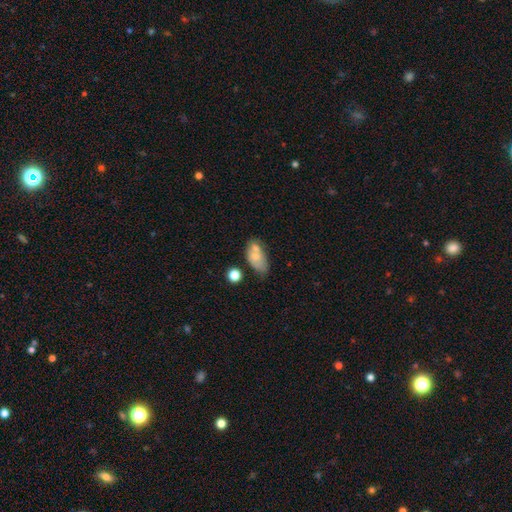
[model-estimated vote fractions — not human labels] Q: Smooth or featured?
A: smooth (67%); runner-up: featured or disk (24%)
Q: How rounded?
A: in between (89%); runner-up: round (6%)
Q: Merging?
A: none (40%); runner-up: minor disturbance (25%)